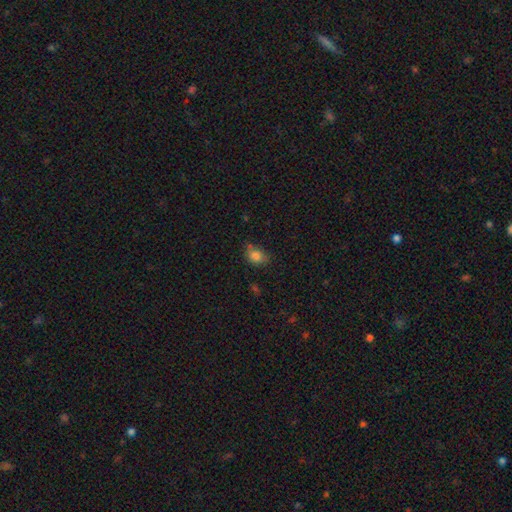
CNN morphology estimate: smooth 81%, star or artifact 11%, featured or disk 7%. Down the decision tree: how rounded — in between (63%); merging — none (63%).